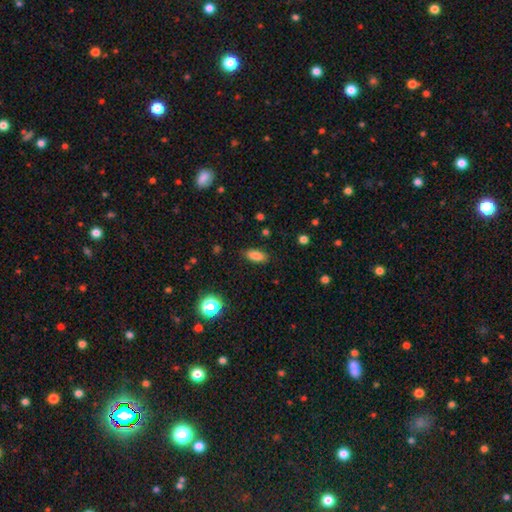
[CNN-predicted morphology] This is clearly a smooth galaxy (83%). How rounded: clearly in between (83%). Merging: clearly none (87%).